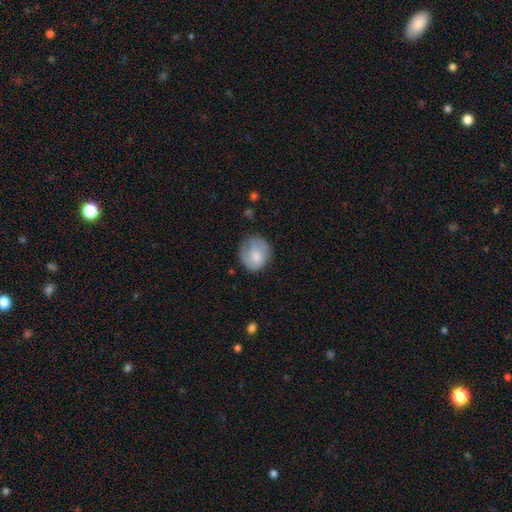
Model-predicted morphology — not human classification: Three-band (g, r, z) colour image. It shows a smooth galaxy with no disk features (63%) that is round (72%). Merging: none (62%).